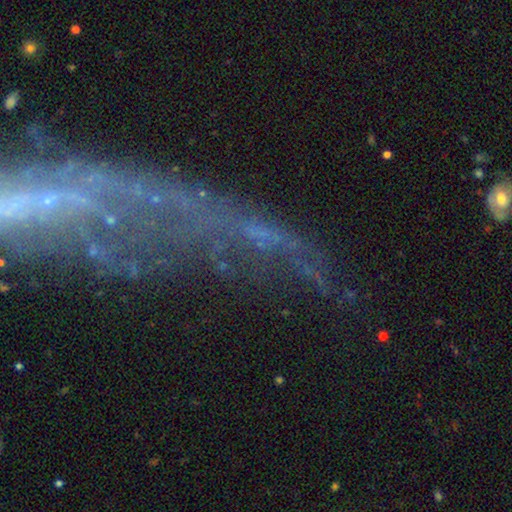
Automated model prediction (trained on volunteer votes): Smooth or featured?
  - featured or disk: 53% *
  - star or artifact: 31%
  - smooth: 16%
Edge-on disk?
  - no: 74% *
  - yes: 26%
Merging?
  - none: 42% *
  - major disturbance: 32%
  - minor disturbance: 16%
  - merger: 9%